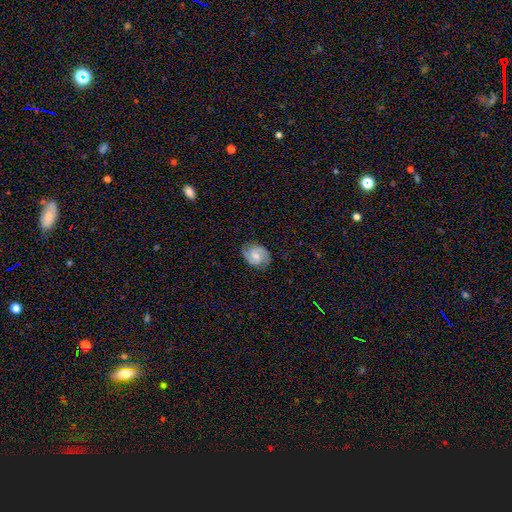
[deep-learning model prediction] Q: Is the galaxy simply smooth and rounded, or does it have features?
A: featured or disk — 62%.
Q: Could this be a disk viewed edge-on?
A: no — 97%.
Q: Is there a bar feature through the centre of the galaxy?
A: weak — 46%.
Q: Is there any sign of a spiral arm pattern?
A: yes — 92%.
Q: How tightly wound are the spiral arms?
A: medium — 44%.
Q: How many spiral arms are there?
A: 2 — 83%.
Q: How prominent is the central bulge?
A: moderate — 49%.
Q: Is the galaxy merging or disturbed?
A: none — 78%.